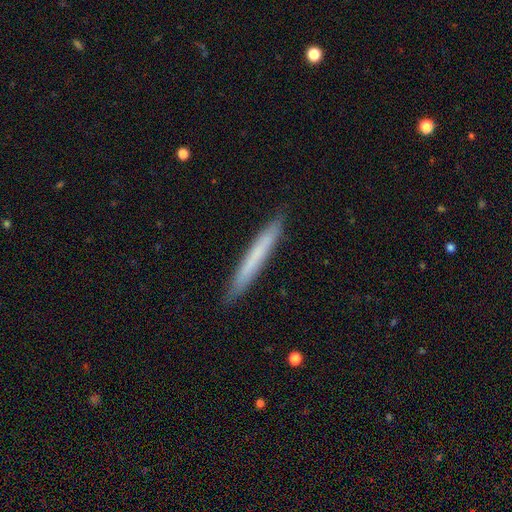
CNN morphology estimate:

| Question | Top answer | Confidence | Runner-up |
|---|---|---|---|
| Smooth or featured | smooth | 65% | featured or disk (29%) |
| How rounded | cigar-shaped | 97% | in between (2%) |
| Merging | none | 90% | minor disturbance (8%) |